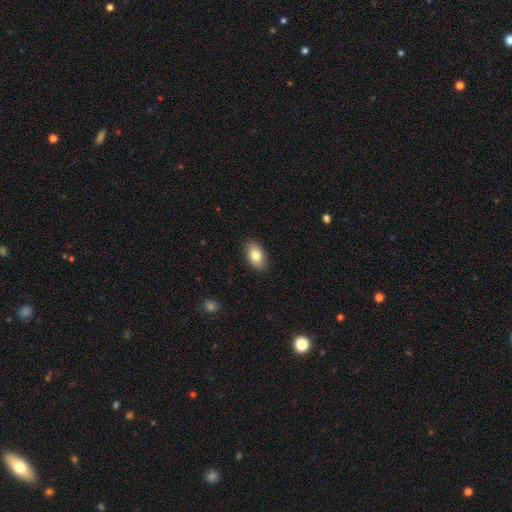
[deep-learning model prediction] Smooth or featured? smooth (81%)
How rounded? in between (91%)
Merging? none (88%)